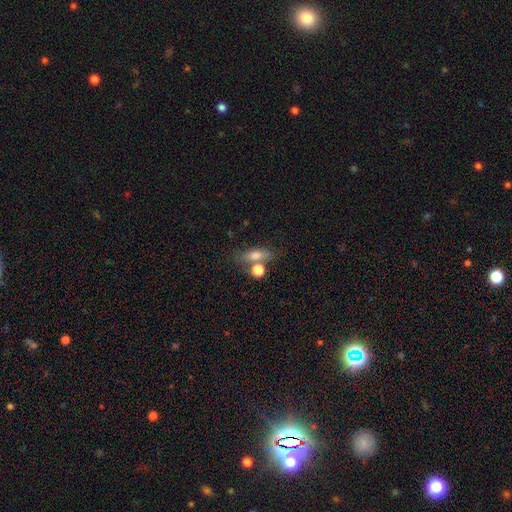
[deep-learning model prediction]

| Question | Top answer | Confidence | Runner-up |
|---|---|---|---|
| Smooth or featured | smooth | 68% | featured or disk (20%) |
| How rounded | in between | 64% | cigar-shaped (20%) |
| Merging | none | 55% | merger (24%) |